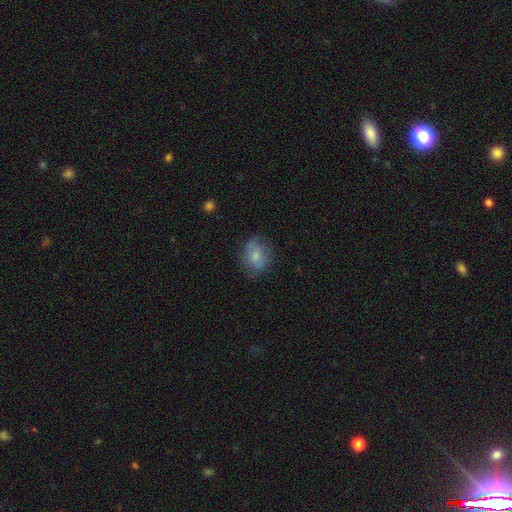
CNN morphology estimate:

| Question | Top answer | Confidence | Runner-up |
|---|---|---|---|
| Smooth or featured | smooth | 72% | featured or disk (20%) |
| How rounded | round | 57% | in between (42%) |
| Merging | none | 69% | minor disturbance (22%) |